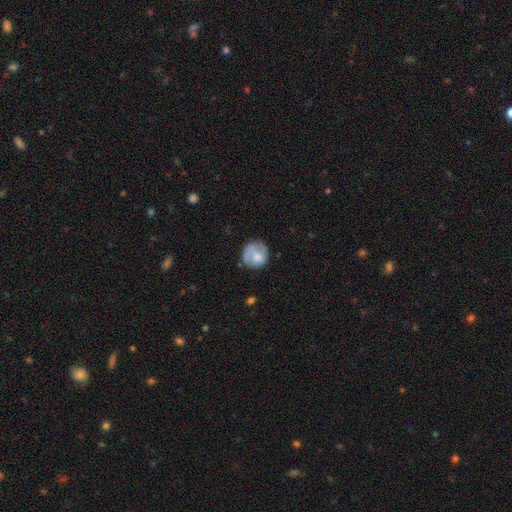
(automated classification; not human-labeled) This appears to be a smooth galaxy with no disk features (69%) that is round (86%). Merging: none (62%).